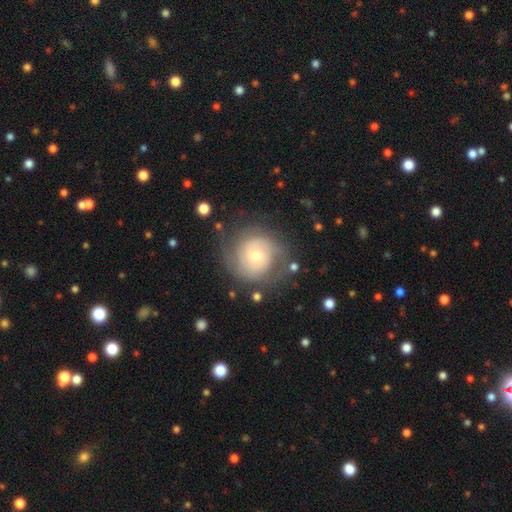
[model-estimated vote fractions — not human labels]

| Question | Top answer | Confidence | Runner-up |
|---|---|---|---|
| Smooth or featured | featured or disk | 73% | smooth (20%) |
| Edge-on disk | no | 98% | yes (2%) |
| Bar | no | 67% | weak (28%) |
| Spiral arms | yes | 91% | no (9%) |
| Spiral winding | tight | 59% | medium (31%) |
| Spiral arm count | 2 | 59% | can't tell (22%) |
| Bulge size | moderate | 50% | small (42%) |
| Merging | none | 71% | minor disturbance (17%) |